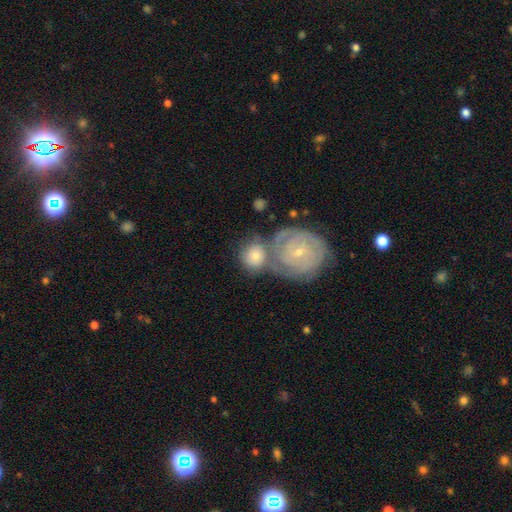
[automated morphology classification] Smooth or featured?
  - featured or disk: 56% *
  - smooth: 36%
  - star or artifact: 7%
Edge-on disk?
  - no: 96% *
  - yes: 4%
Bar?
  - no: 65% *
  - weak: 27%
  - strong: 7%
Spiral arms?
  - yes: 86% *
  - no: 14%
Bulge size?
  - small: 73% *
  - moderate: 22%
  - none: 2%
  - large: 2%
  - dominant: 1%
Merging?
  - none: 45% *
  - merger: 39%
  - minor disturbance: 12%
  - major disturbance: 5%